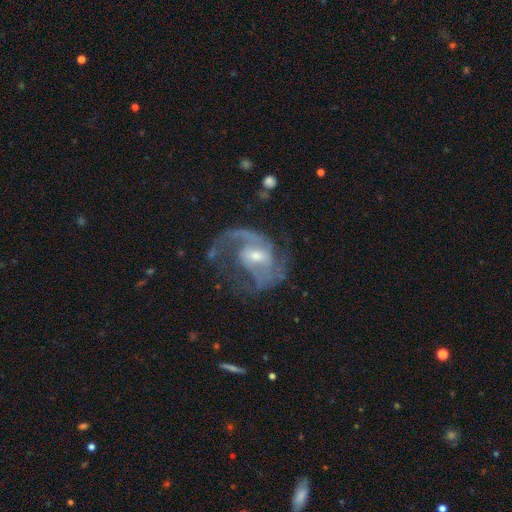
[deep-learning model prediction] smooth_or_featured: featured or disk (p=0.86) [alt: star or artifact p=0.07]
disk_edge_on: no (p=0.97) [alt: yes p=0.03]
bar: weak (p=0.51) [alt: no p=0.29]
has_spiral_arms: yes (p=0.93) [alt: no p=0.07]
spiral_winding: medium (p=0.50) [alt: loose p=0.26]
spiral_arm_count: 2 (p=0.55) [alt: 1 p=0.21]
bulge_size: small (p=0.47) [alt: moderate p=0.46]
merging: none (p=0.53) [alt: major disturbance p=0.26]